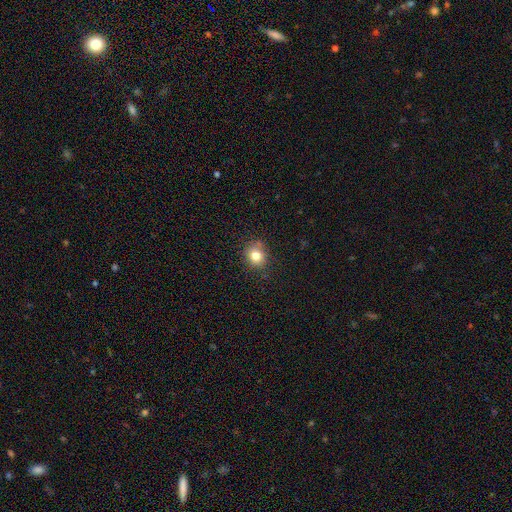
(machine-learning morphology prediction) This is clearly a smooth galaxy (80%). How rounded: likely round (75%). Merging: clearly none (81%).